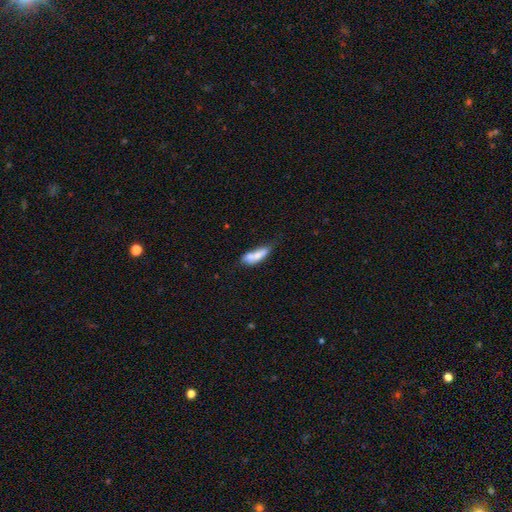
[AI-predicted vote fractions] A smooth galaxy with no disk features (71%) that is in between round and cigar-shaped (61%).

Vote fractions:
- Smooth or featured? smooth: 71% / featured or disk: 21% / star or artifact: 8%
- How rounded? in between: 61% / cigar-shaped: 36% / round: 3%
- Merging? merger: 37% / none: 32% / minor disturbance: 21% / major disturbance: 10%